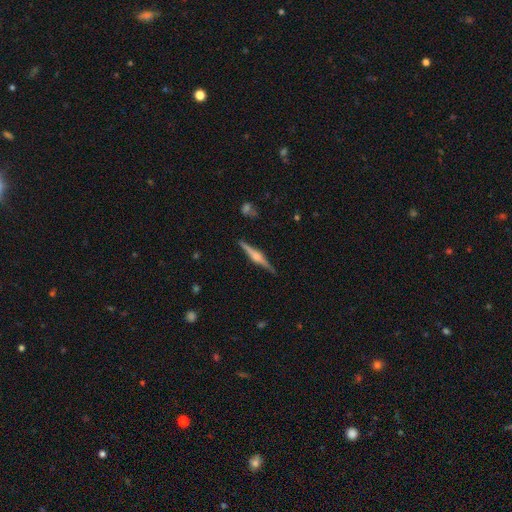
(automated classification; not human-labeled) Smooth or featured? Predicted: featured or disk (p=0.79). Edge-on disk? Predicted: yes (p=0.98). Edge-on bulge? Predicted: rounded (p=0.83). Merging? Predicted: none (p=0.89).